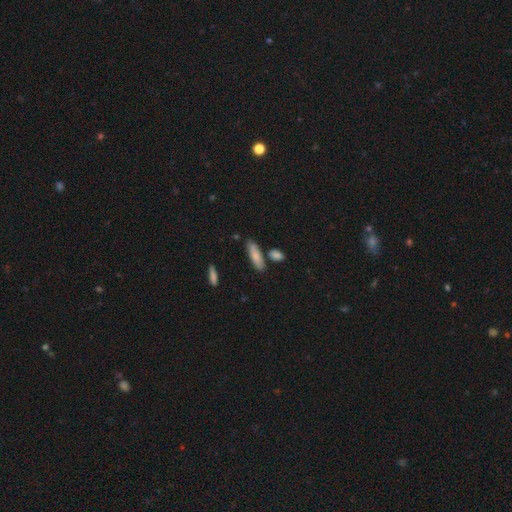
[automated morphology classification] smooth_or_featured: smooth (p=0.81) [alt: featured or disk p=0.13]
how_rounded: cigar-shaped (p=0.53) [alt: in between p=0.44]
merging: none (p=0.77) [alt: minor disturbance p=0.12]